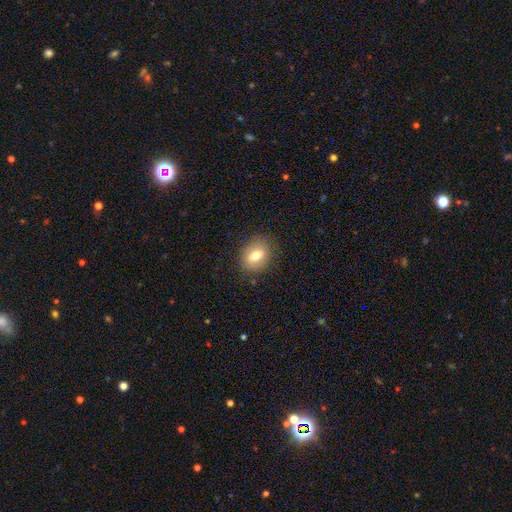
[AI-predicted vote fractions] Smooth or featured: smooth — 74% (featured or disk — 17%)
How rounded: in between — 67% (round — 32%)
Merging: none — 82% (minor disturbance — 13%)